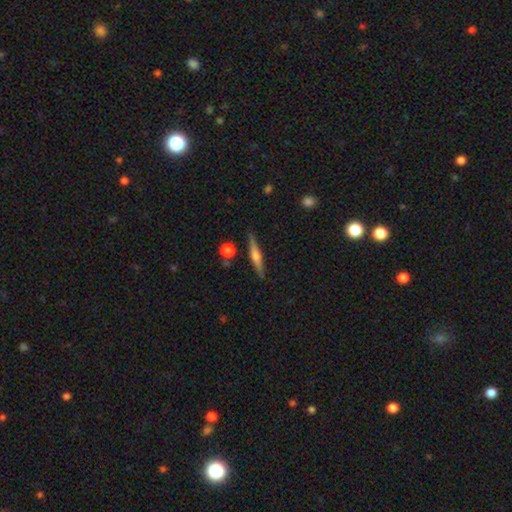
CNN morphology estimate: Smooth or featured: featured or disk — 62% (smooth — 31%)
Edge-on disk: yes — 97% (no — 3%)
Edge-on bulge: rounded — 81% (boxy — 10%)
Merging: none — 88% (minor disturbance — 8%)